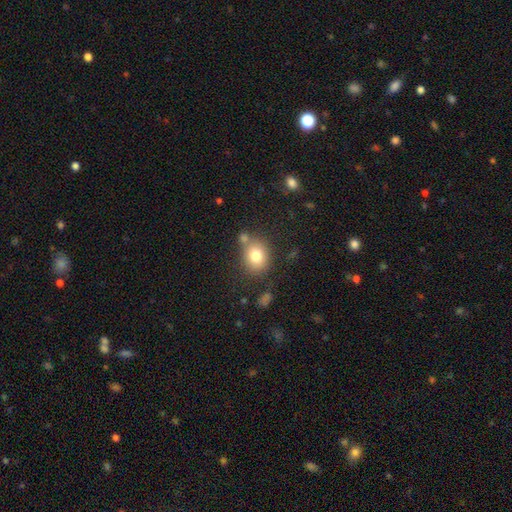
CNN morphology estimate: Q: Smooth or featured?
A: smooth (78%); runner-up: featured or disk (11%)
Q: How rounded?
A: round (54%); runner-up: in between (45%)
Q: Merging?
A: none (67%); runner-up: minor disturbance (14%)